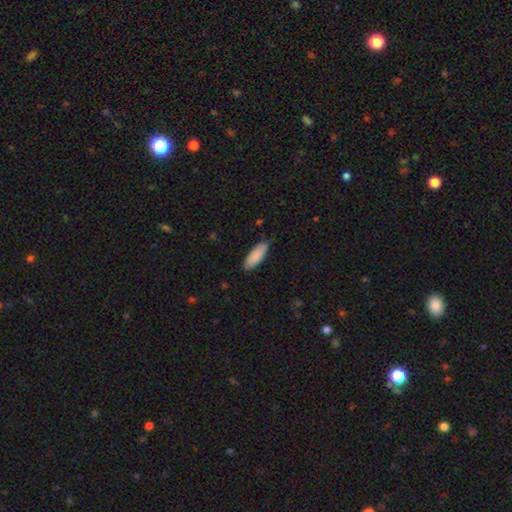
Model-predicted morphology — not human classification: The model was most divided on "how rounded": in between: 71%, cigar-shaped: 27%, round: 1%. More confident: smooth or featured — smooth (89%); merging — none (85%).